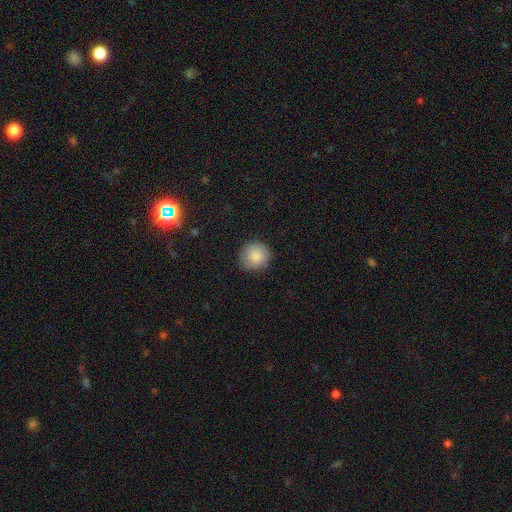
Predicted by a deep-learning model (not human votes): This appears to be a smooth galaxy with no disk features (86%) that is round (89%). Merging: none (84%).